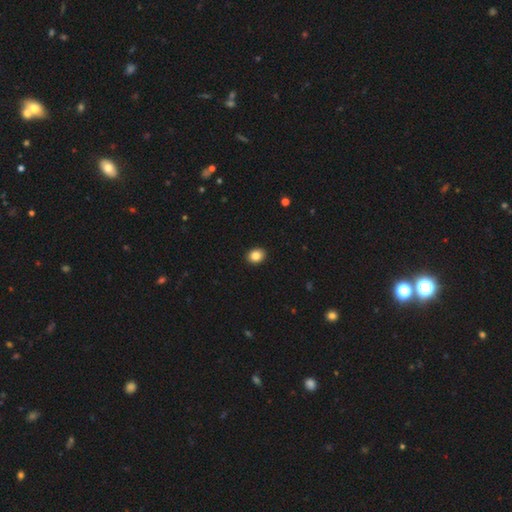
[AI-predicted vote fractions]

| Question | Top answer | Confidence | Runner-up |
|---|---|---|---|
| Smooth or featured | smooth | 86% | star or artifact (9%) |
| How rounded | round | 56% | in between (43%) |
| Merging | none | 92% | minor disturbance (6%) |